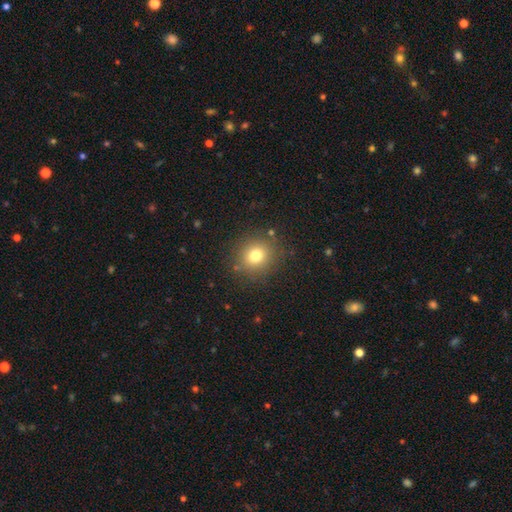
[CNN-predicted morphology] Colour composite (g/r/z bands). It shows a smooth galaxy with no disk features (76%) that is round (84%). Merging: none (86%).